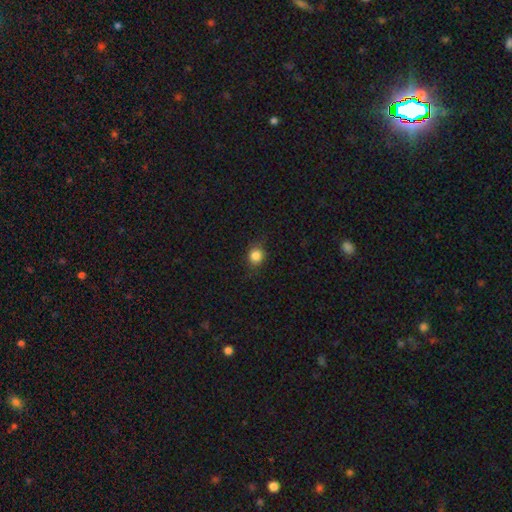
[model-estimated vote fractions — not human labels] Q: Smooth or featured?
A: smooth (85%); runner-up: star or artifact (11%)
Q: How rounded?
A: round (82%); runner-up: in between (17%)
Q: Merging?
A: none (83%); runner-up: minor disturbance (12%)